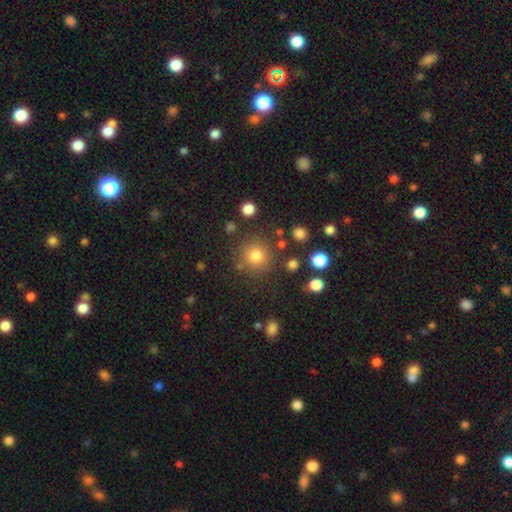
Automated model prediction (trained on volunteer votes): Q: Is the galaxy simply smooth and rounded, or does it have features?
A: smooth — 79%.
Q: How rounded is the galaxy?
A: round — 93%.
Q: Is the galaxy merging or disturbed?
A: none — 84%.